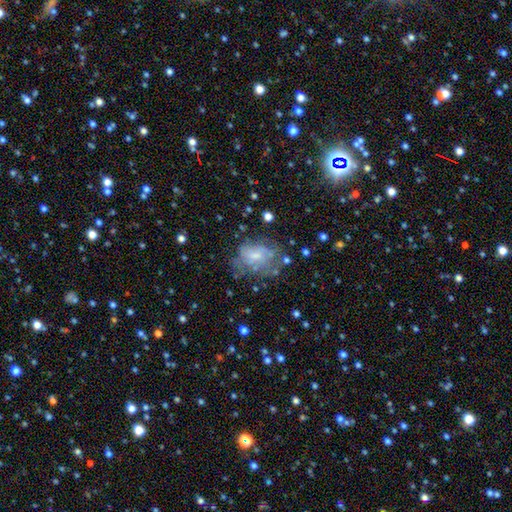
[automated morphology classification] smooth_or_featured: smooth (p=0.44) [tied with: featured or disk p=0.44]
merging: none (p=0.45) [alt: minor disturbance p=0.26]